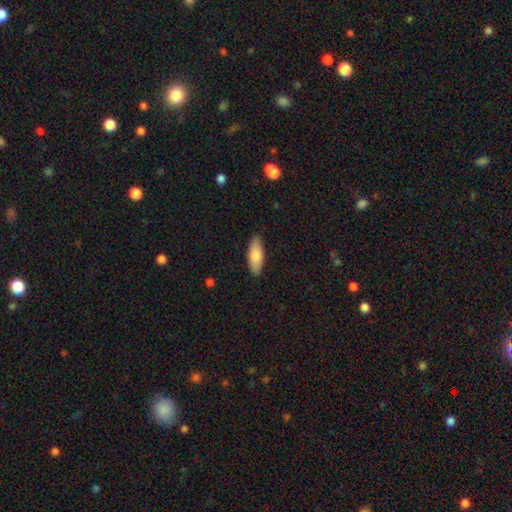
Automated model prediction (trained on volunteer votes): The model was most divided on "how rounded": in between: 70%, cigar-shaped: 28%, round: 2%. More confident: merging — none (87%); smooth or featured — smooth (80%).